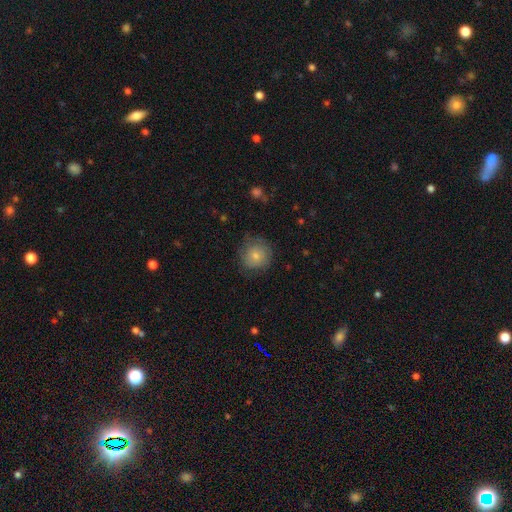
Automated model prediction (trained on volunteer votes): The model was most divided on "merging": none: 72%, minor disturbance: 20%, major disturbance: 6%, merger: 1%. More confident: how rounded — round (90%); smooth or featured — smooth (77%).